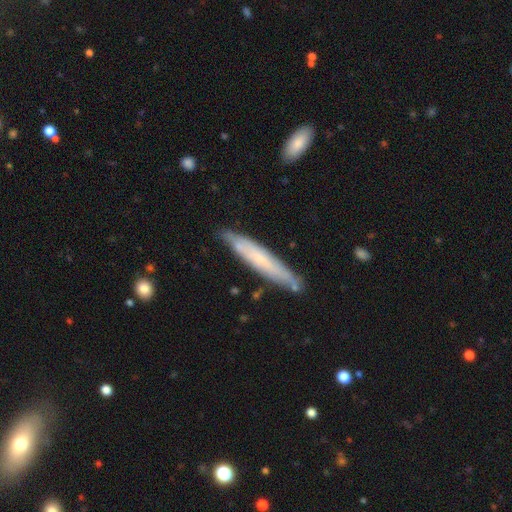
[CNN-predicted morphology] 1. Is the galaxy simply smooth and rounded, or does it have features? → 49% featured or disk, 46% smooth, 6% star or artifact.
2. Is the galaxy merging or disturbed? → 78% none, 17% minor disturbance, 3% merger, 3% major disturbance.